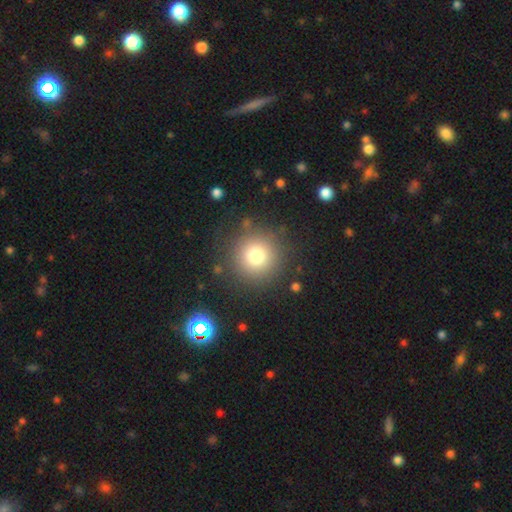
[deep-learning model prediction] Q: Smooth or featured?
A: smooth (77%); runner-up: star or artifact (14%)
Q: How rounded?
A: round (95%); runner-up: in between (4%)
Q: Merging?
A: none (85%); runner-up: minor disturbance (8%)